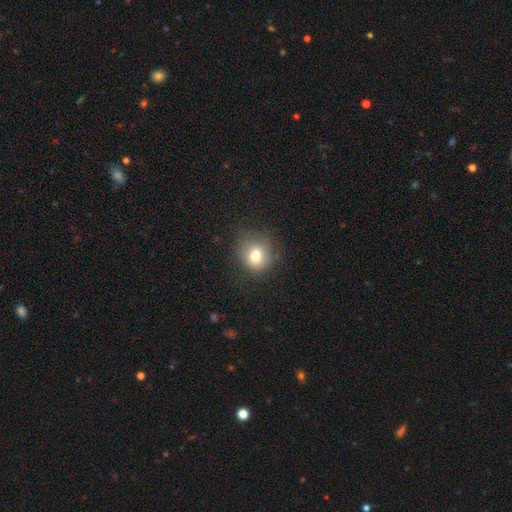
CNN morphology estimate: This is likely a smooth galaxy (76%). How rounded: clearly round (81%). Merging: likely none (71%).